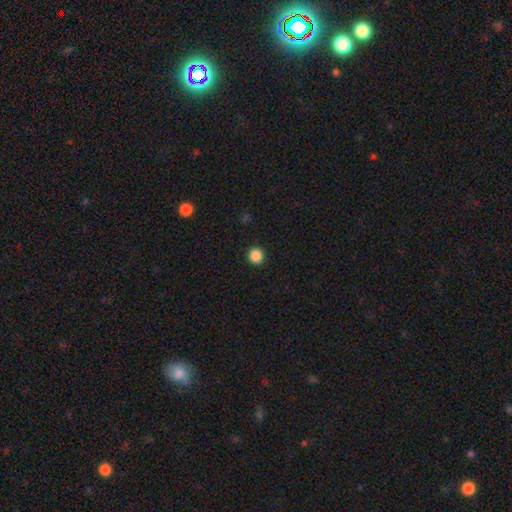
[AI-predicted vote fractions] smooth_or_featured: smooth (p=0.87) [alt: star or artifact p=0.10]
how_rounded: round (p=0.95) [alt: in between p=0.04]
merging: none (p=0.93) [alt: minor disturbance p=0.04]